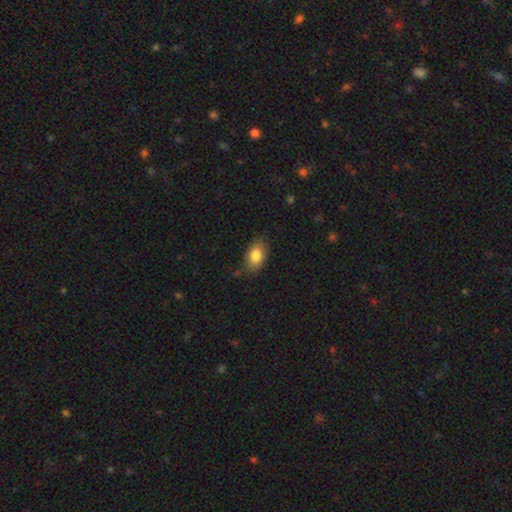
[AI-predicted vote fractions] Q: Smooth or featured?
A: smooth (83%); runner-up: featured or disk (9%)
Q: How rounded?
A: in between (86%); runner-up: round (13%)
Q: Merging?
A: none (77%); runner-up: minor disturbance (18%)